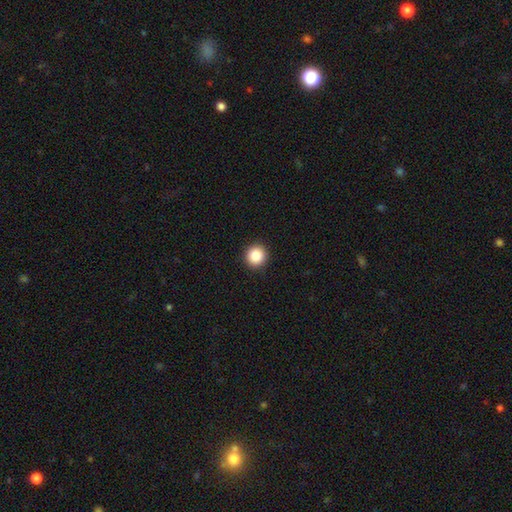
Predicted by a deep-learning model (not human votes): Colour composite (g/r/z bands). It shows a smooth galaxy with no disk features (86%) that is round (94%). Merging: none (93%).